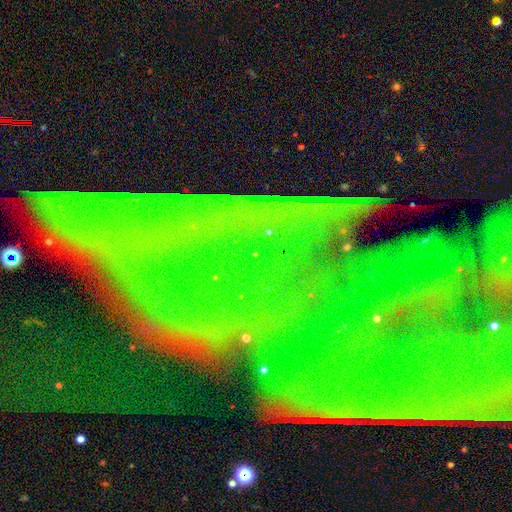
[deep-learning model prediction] Overall: star or artifact (79%).